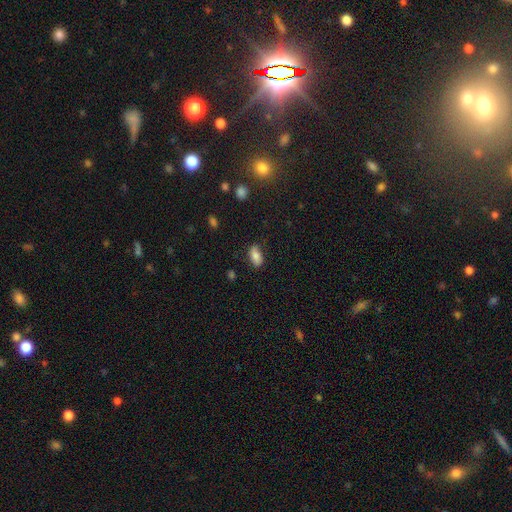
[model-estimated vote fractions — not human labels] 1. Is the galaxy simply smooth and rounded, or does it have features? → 80% smooth, 12% featured or disk, 8% star or artifact.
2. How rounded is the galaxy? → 91% in between, 5% cigar-shaped, 4% round.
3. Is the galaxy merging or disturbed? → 77% none, 17% minor disturbance, 4% major disturbance, 2% merger.